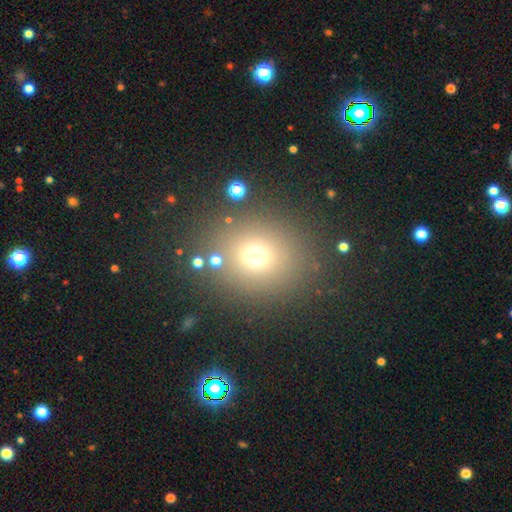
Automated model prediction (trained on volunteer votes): smooth-or-featured: smooth: 69% | star or artifact: 22% | featured or disk: 10%
  how-rounded: round: 77% | in between: 21% | cigar-shaped: 1%
  merging: none: 82% | minor disturbance: 8% | major disturbance: 5% | merger: 5%